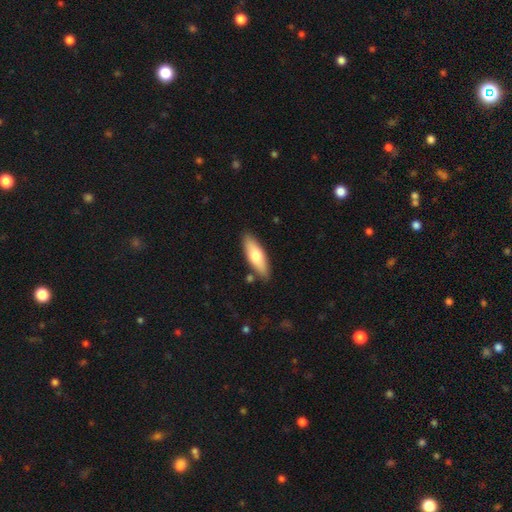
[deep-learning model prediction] Q: Smooth or featured?
A: smooth (68%); runner-up: featured or disk (26%)
Q: How rounded?
A: in between (53%); runner-up: cigar-shaped (45%)
Q: Merging?
A: none (84%); runner-up: minor disturbance (11%)